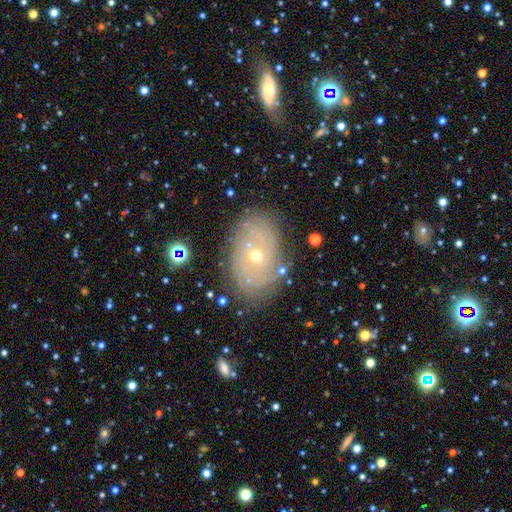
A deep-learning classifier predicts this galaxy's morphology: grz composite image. It shows a featured or disk galaxy (75%) with no bar (70%), tight (77%) spiral arms (89%) and a small central bulge (58%). Merging: none (81%).